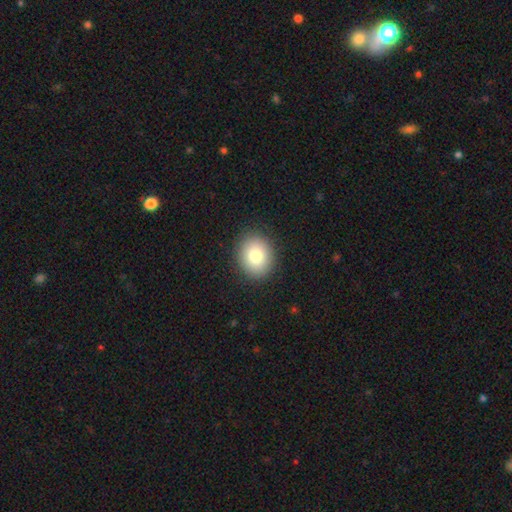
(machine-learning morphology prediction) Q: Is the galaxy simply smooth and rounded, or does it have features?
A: smooth — 81%.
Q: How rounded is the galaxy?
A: round — 60%.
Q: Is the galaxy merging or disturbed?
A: none — 90%.